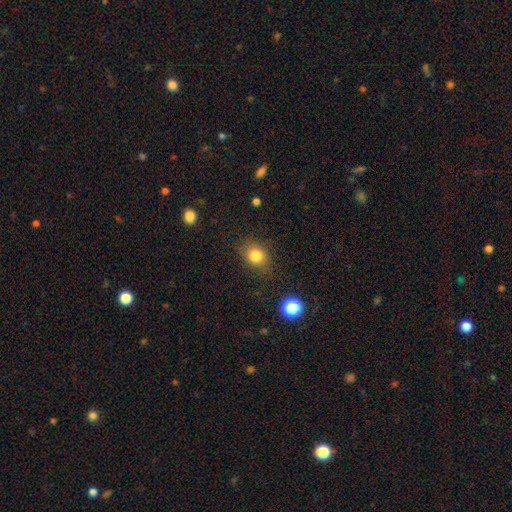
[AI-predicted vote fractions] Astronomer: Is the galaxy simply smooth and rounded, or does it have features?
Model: smooth — 82%.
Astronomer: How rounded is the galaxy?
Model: round — 65%.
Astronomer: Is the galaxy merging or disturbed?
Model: none — 78%.